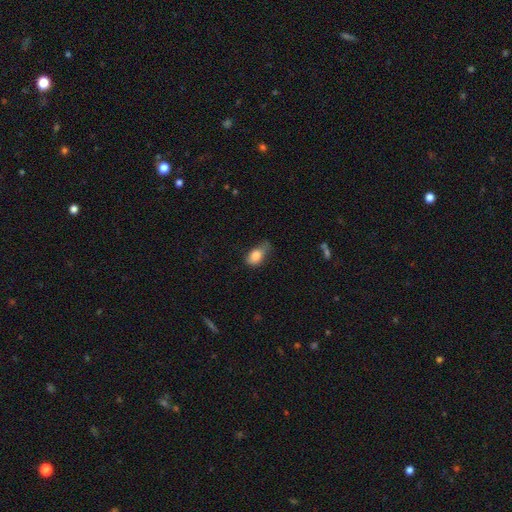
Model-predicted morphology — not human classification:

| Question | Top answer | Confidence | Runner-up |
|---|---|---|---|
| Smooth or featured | smooth | 80% | featured or disk (11%) |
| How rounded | in between | 84% | round (12%) |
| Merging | minor disturbance | 42% | none (37%) |